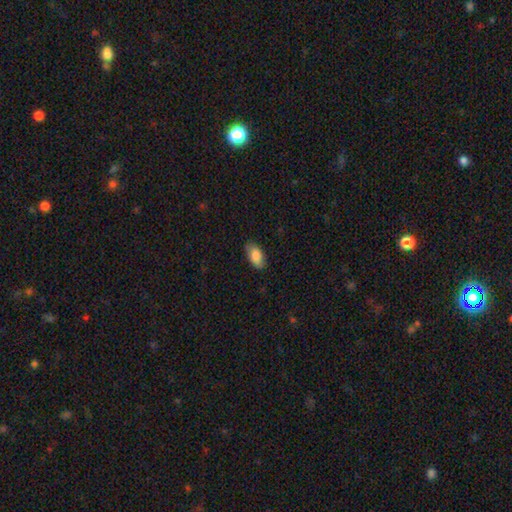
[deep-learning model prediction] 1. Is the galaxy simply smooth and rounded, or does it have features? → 84% smooth, 10% featured or disk, 6% star or artifact.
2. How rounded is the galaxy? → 92% in between, 5% cigar-shaped, 3% round.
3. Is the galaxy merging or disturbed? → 84% none, 12% minor disturbance, 3% major disturbance, 1% merger.